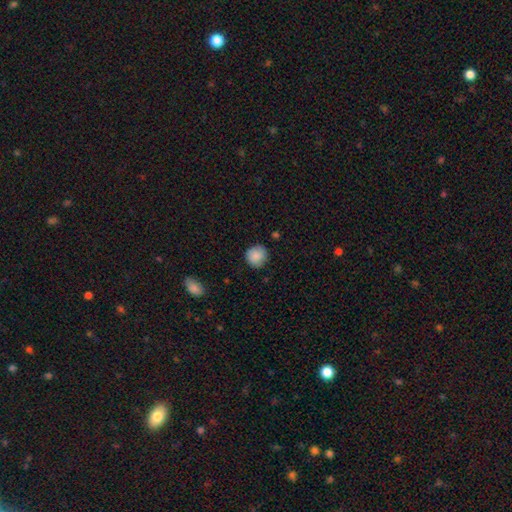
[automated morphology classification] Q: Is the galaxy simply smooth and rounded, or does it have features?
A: smooth — 88%.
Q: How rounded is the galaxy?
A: round — 89%.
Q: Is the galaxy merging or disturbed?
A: none — 82%.